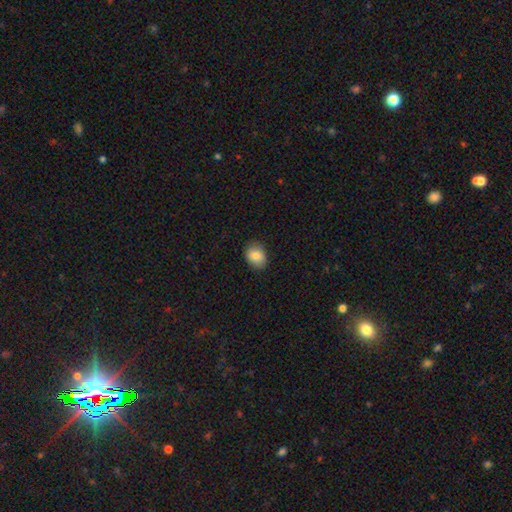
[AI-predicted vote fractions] The model was most divided on "how rounded": in between: 62%, round: 37%, cigar-shaped: 1%. More confident: merging — none (85%); smooth or featured — smooth (84%).